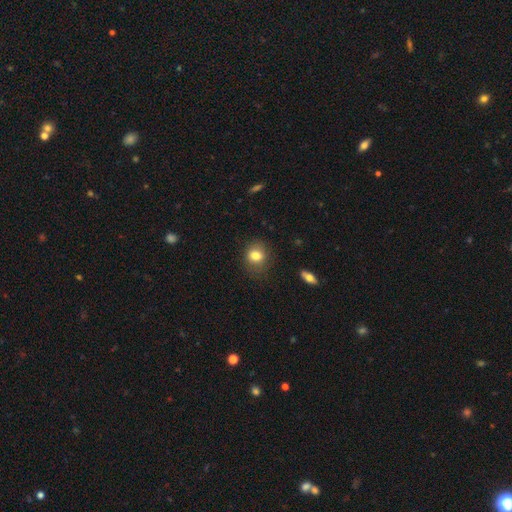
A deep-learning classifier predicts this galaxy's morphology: Smooth or featured?
  - smooth: 81% *
  - star or artifact: 10%
  - featured or disk: 9%
How rounded?
  - round: 68% *
  - in between: 31%
  - cigar-shaped: 1%
Merging?
  - none: 79% *
  - minor disturbance: 15%
  - major disturbance: 5%
  - merger: 1%